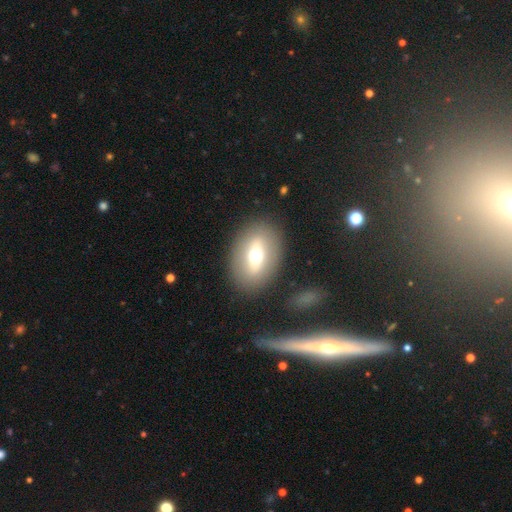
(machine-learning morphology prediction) Smooth or featured? Predicted: smooth (p=0.55). How rounded? Predicted: in between (p=0.78). Merging? Predicted: none (p=0.85).